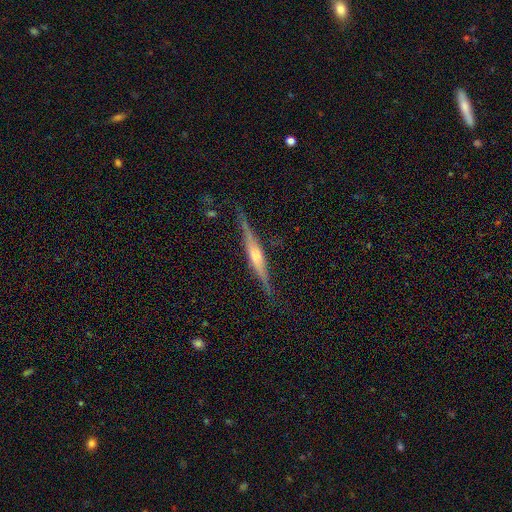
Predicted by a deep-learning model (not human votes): This is likely a featured or disk galaxy (75%). It is clearly viewed edge-on (97%). Edge-on bulge: likely rounded (63%). Merging: clearly none (84%).